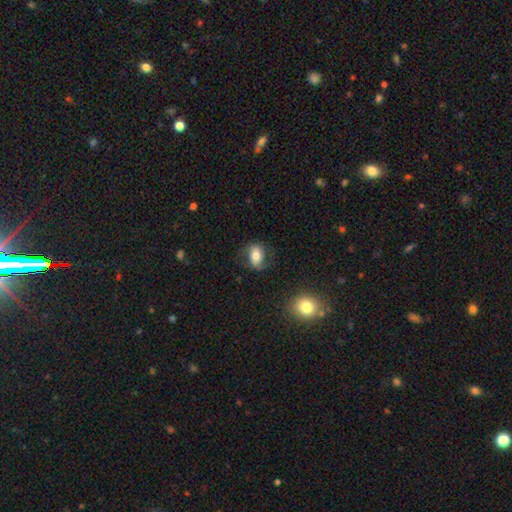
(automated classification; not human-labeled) This is possibly a smooth galaxy (55%). How rounded: likely in between (77%). Merging: likely none (67%).